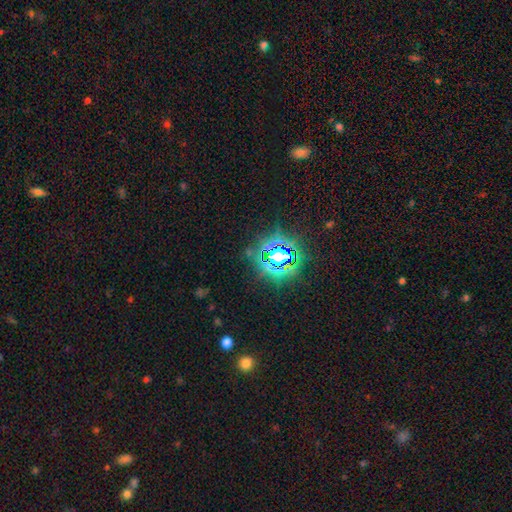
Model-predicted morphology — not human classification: Smooth or featured?
  - star or artifact: 84% *
  - smooth: 10%
  - featured or disk: 6%